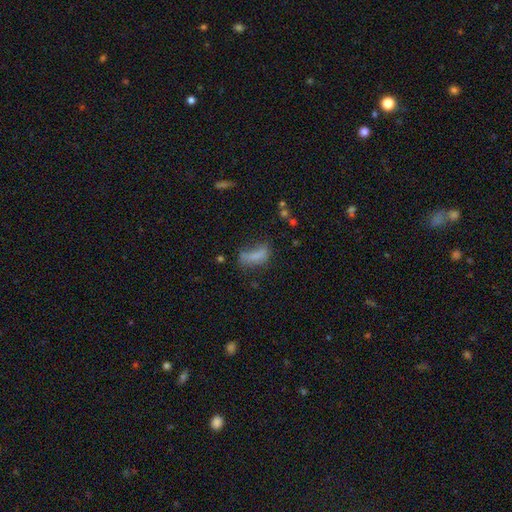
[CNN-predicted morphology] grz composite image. It shows a smooth galaxy with no disk features (69%) that is in between round and cigar-shaped (73%). Merging: none (38%).